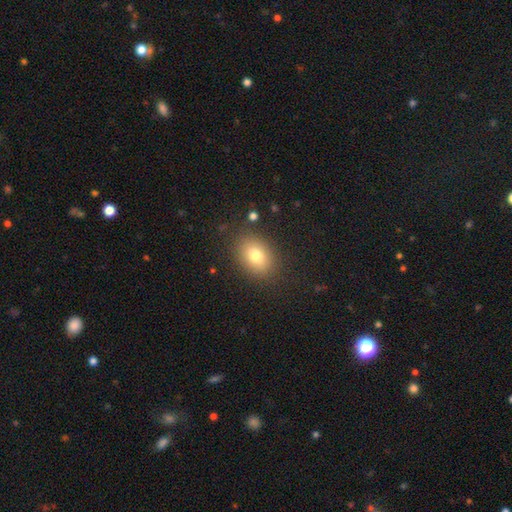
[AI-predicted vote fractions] Morphology: type=smooth (77%); roundness=in between (68%); merging=none (85%).